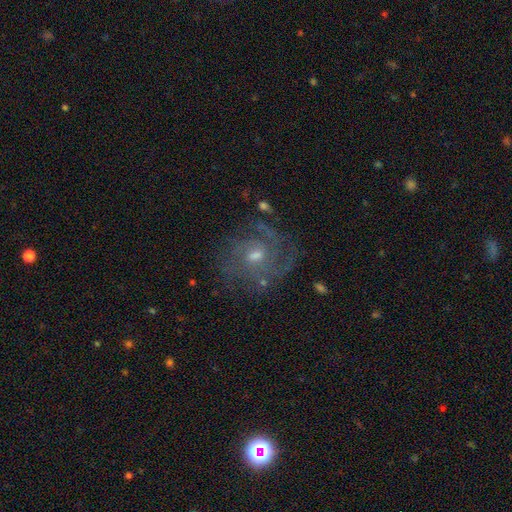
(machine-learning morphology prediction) Smooth or featured? featured or disk (77%)
Edge-on disk? no (97%)
Bar? no (51%)
Spiral arms? yes (88%)
Spiral winding? tight (44%)
Spiral arm count? can't tell (35%)
Bulge size? moderate (53%)
Merging? none (65%)